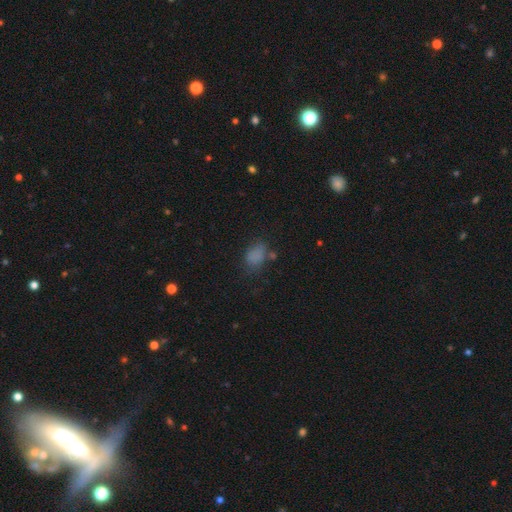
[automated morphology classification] smooth_or_featured: smooth (p=0.75) [alt: star or artifact p=0.15]
how_rounded: in between (p=0.78) [alt: round p=0.20]
merging: none (p=0.56) [alt: minor disturbance p=0.25]